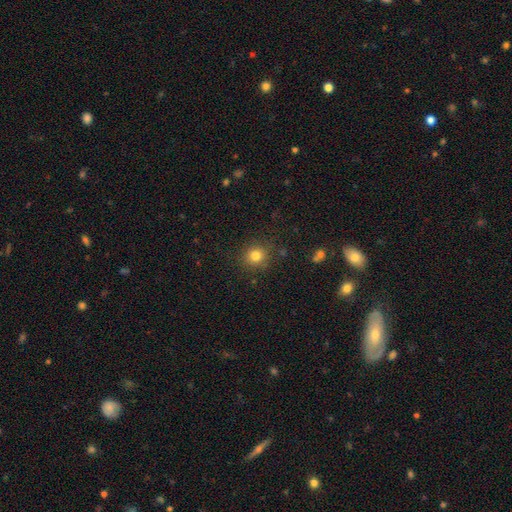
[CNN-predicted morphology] A smooth galaxy with no disk features (81%) that is round (90%).

Vote fractions:
- Smooth or featured? smooth: 81% / star or artifact: 13% / featured or disk: 6%
- How rounded? round: 90% / in between: 9% / cigar-shaped: 1%
- Merging? none: 87% / minor disturbance: 8% / major disturbance: 3% / merger: 2%